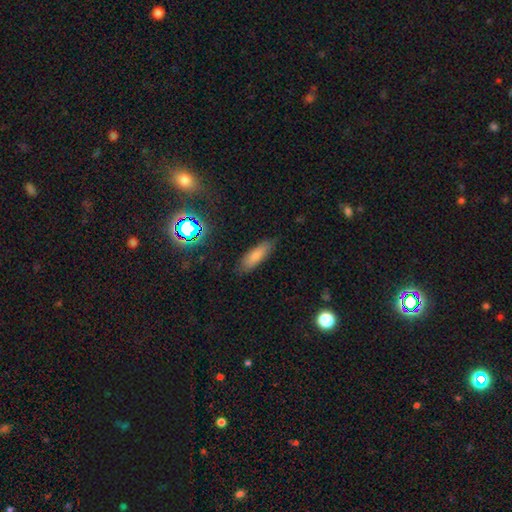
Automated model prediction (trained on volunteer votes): Smooth or featured? Predicted: smooth (p=0.76). How rounded? Predicted: in between (p=0.58). Merging? Predicted: none (p=0.80).